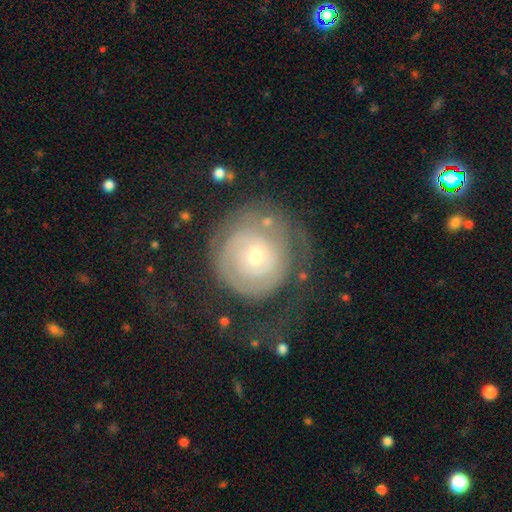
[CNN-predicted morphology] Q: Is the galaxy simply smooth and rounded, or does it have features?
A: featured or disk — 66%.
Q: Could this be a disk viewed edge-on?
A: no — 97%.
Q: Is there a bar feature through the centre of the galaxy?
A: no — 83%.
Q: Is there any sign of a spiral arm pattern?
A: yes — 70%.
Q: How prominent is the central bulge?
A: moderate — 47%, tied with small.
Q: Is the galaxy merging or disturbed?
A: none — 54%.